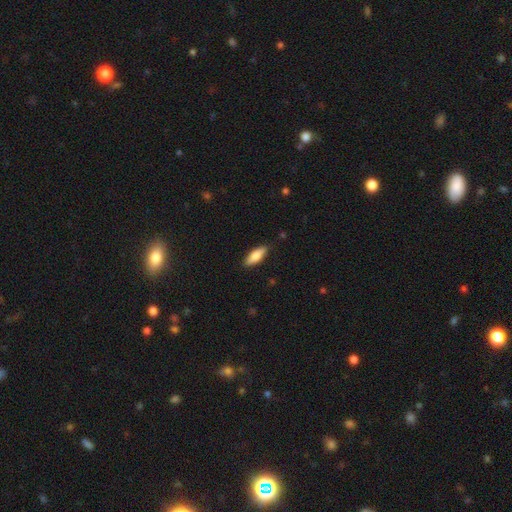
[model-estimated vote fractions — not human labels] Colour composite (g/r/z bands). It shows a smooth galaxy with no disk features (76%) that is in between round and cigar-shaped (64%). Merging: none (86%).